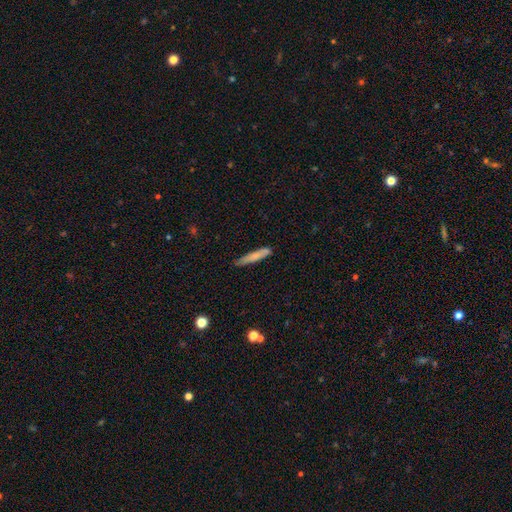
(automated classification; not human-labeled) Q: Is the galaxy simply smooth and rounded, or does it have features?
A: smooth — 73%.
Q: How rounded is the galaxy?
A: cigar-shaped — 92%.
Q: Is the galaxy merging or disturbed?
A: none — 78%.